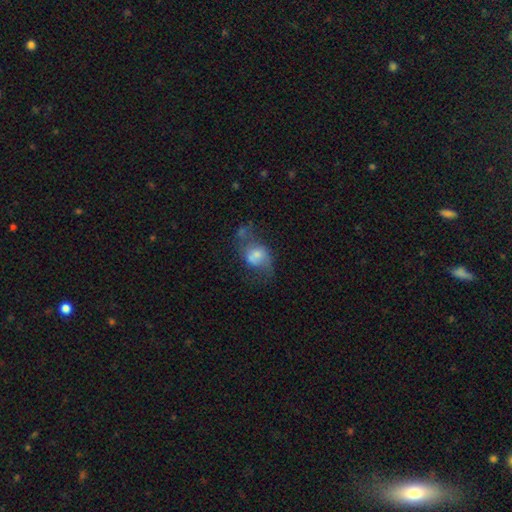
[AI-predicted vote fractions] A smooth galaxy with no disk features (50%) that is in between round and cigar-shaped (62%).

Vote fractions:
- Smooth or featured? smooth: 50% / featured or disk: 40% / star or artifact: 10%
- How rounded? in between: 62% / round: 37% / cigar-shaped: 2%
- Merging? major disturbance: 30% / none: 28% / minor disturbance: 22% / merger: 19%